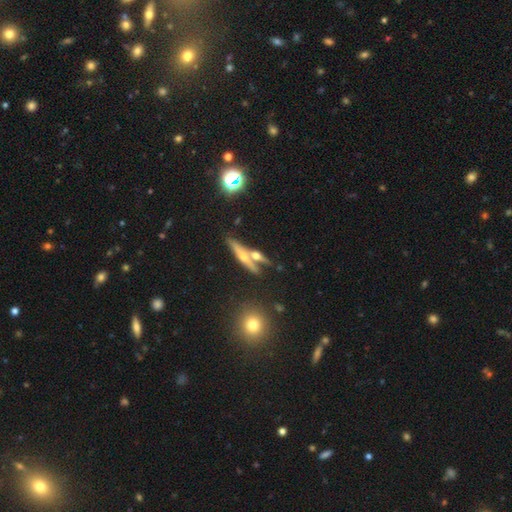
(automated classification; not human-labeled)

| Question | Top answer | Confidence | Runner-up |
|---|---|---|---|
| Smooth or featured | featured or disk | 61% | smooth (29%) |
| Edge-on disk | yes | 90% | no (10%) |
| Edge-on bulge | rounded | 90% | none (7%) |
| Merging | none | 56% | merger (31%) |